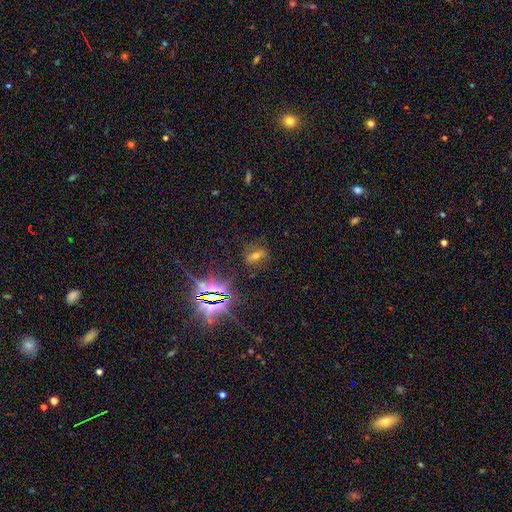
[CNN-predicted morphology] Q: Smooth or featured?
A: star or artifact (49%); runner-up: smooth (29%)